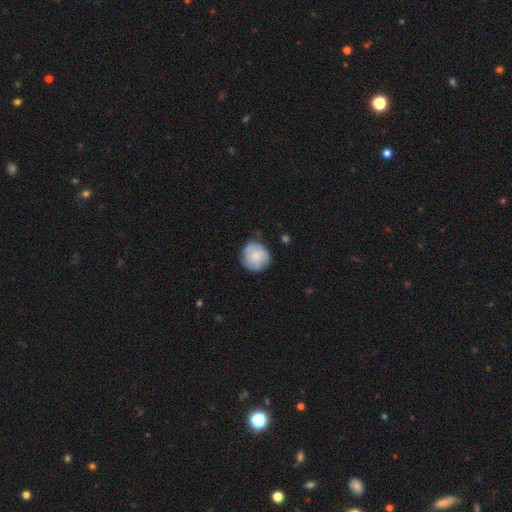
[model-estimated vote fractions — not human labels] This is possibly a smooth galaxy (50%). How rounded: clearly round (88%). Merging: likely none (76%).